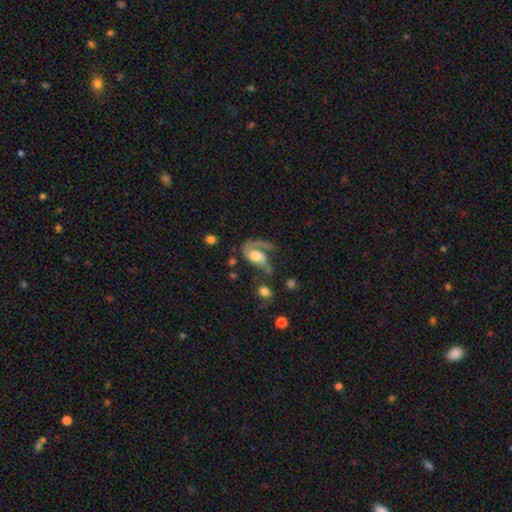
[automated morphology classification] A featured or disk galaxy (70%) with no bar (64%), 1 (62%) loose (44%) spiral arms (84%) and a moderate central bulge (47%). Merging: major disturbance (44%).